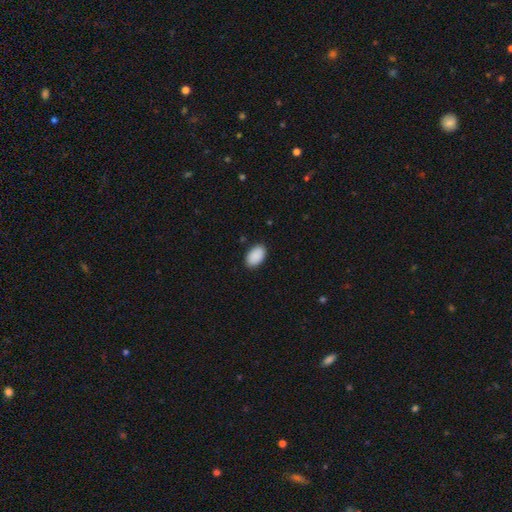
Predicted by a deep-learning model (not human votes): The model was most divided on "merging": none: 88%, minor disturbance: 9%, major disturbance: 2%, merger: 1%. More confident: how rounded — in between (94%); smooth or featured — smooth (91%).